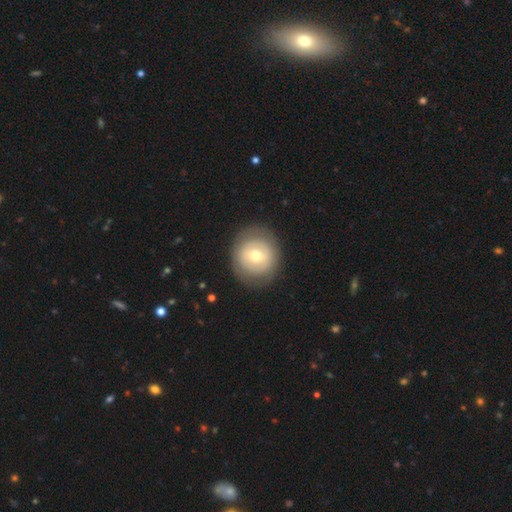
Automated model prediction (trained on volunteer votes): This is possibly a smooth galaxy (59%). How rounded: clearly round (88%). Merging: clearly none (85%).